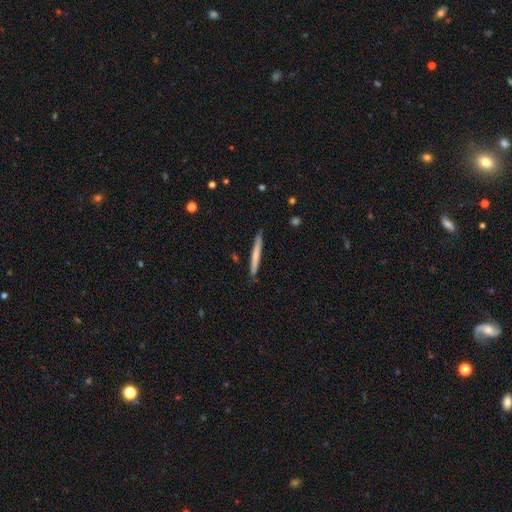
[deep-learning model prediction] A smooth galaxy with no disk features (64%) that is cigar-shaped (97%).

Vote fractions:
- Smooth or featured? smooth: 64% / featured or disk: 30% / star or artifact: 5%
- How rounded? cigar-shaped: 97% / in between: 2% / round: 1%
- Merging? none: 87% / minor disturbance: 10% / major disturbance: 2% / merger: 1%